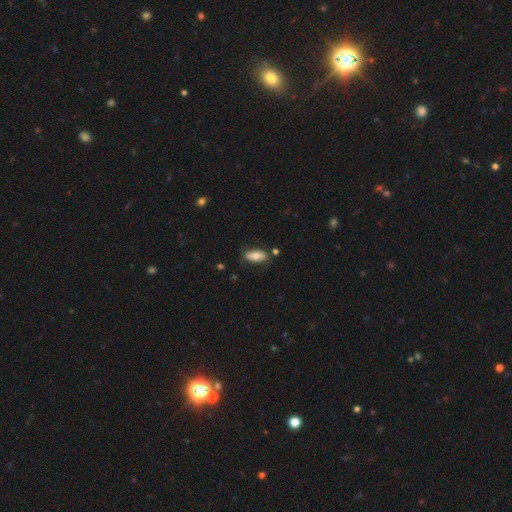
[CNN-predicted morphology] Smooth or featured: smooth — 73% (featured or disk — 20%)
How rounded: in between — 88% (cigar-shaped — 9%)
Merging: none — 78% (minor disturbance — 16%)